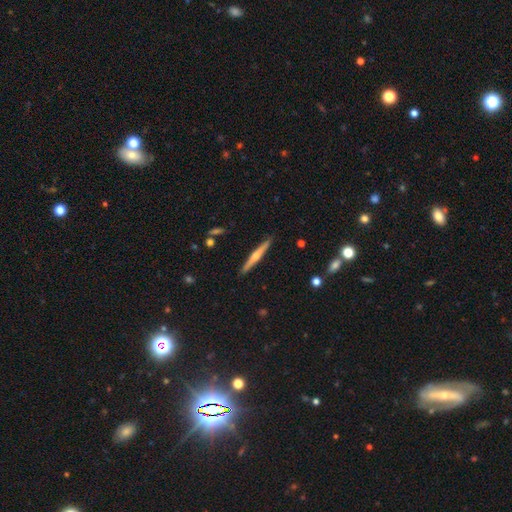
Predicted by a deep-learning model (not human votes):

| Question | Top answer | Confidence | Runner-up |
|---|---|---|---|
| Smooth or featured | featured or disk | 64% | smooth (29%) |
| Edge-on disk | yes | 98% | no (2%) |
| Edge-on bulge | rounded | 84% | none (11%) |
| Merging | none | 91% | minor disturbance (6%) |